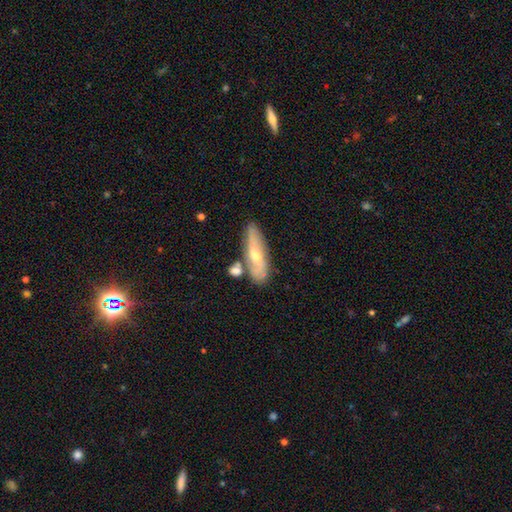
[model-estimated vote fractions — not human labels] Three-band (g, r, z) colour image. It shows a featured or disk galaxy (56%). Merging: none (64%).